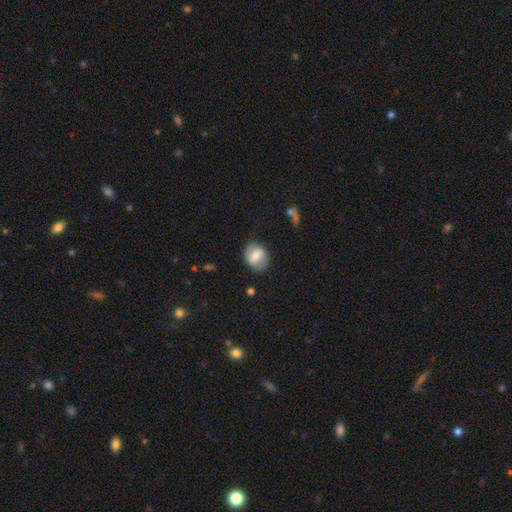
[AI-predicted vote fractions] Q: Smooth or featured?
A: smooth (66%); runner-up: featured or disk (27%)
Q: How rounded?
A: in between (58%); runner-up: round (41%)
Q: Merging?
A: none (79%); runner-up: minor disturbance (15%)